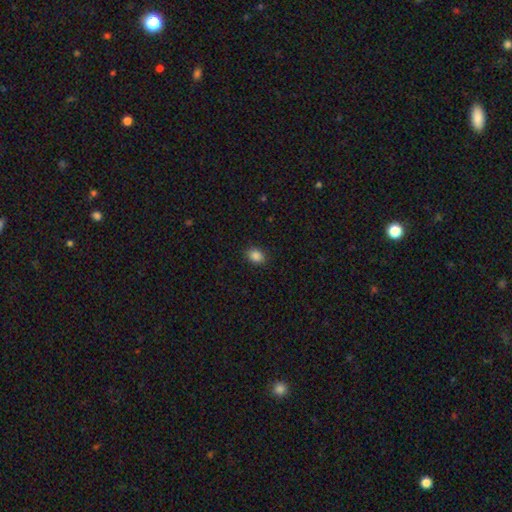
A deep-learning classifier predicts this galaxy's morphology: The model was most divided on "how rounded": in between: 65%, round: 34%, cigar-shaped: 1%. More confident: merging — none (89%); smooth or featured — smooth (87%).